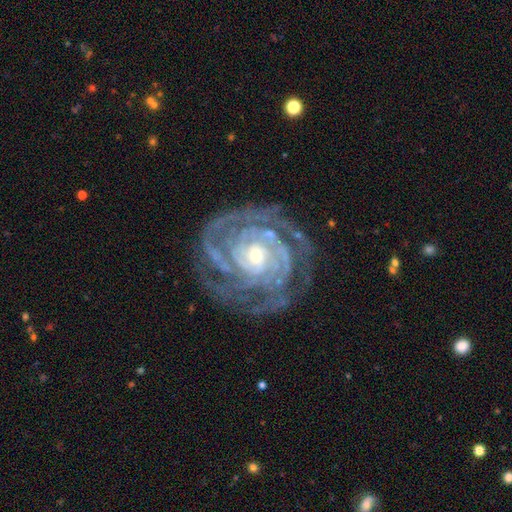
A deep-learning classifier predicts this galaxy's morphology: featured or disk 92%, star or artifact 5%, smooth 3%. Down the decision tree: edge-on disk — no (97%); bar — no (64%); spiral arms — yes (98%); spiral arm count — 3 (25%); spiral winding — tight (81%); bulge size — small (61%); merging — none (76%).